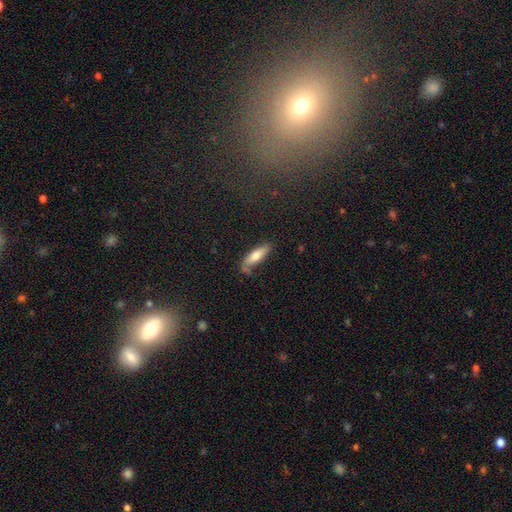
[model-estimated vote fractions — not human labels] Overall: smooth (69%). How rounded: cigar-shaped (50%; in between 48%). Merging: none (58%; minor disturbance 25%).